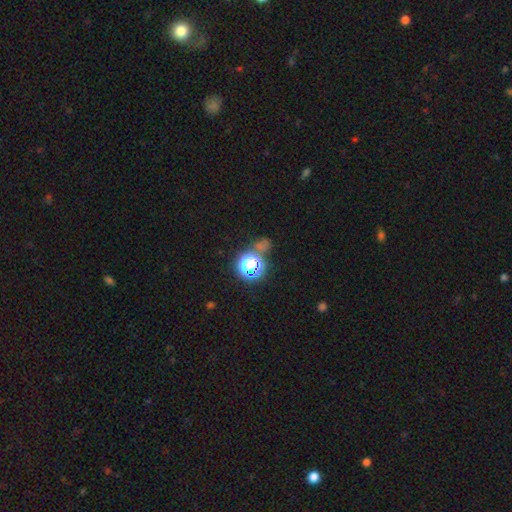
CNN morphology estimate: Smooth or featured: star or artifact — 62% (smooth — 31%)